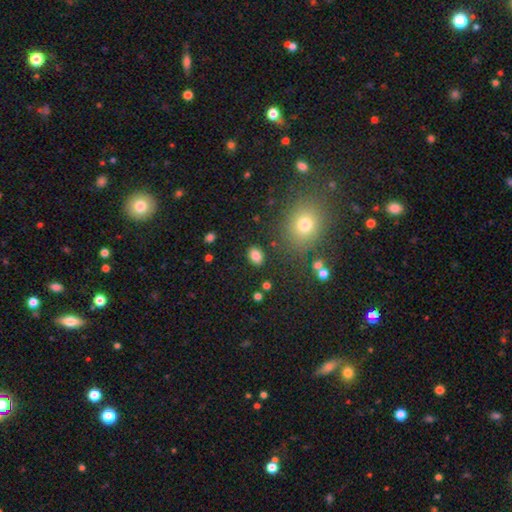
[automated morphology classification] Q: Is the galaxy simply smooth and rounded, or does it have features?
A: smooth — 83%.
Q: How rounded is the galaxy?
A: in between — 74%.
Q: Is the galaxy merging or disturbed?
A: none — 85%.